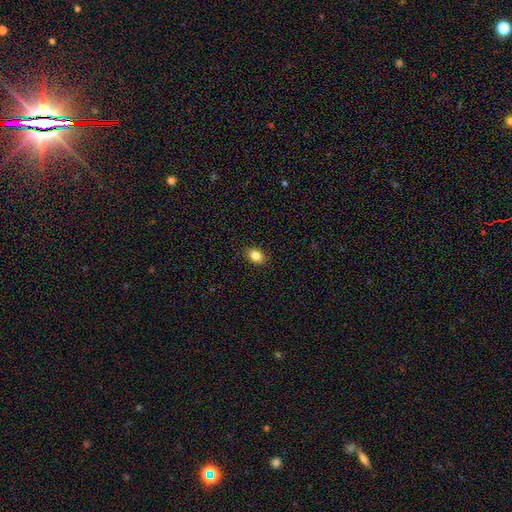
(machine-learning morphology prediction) Q: Smooth or featured?
A: smooth (84%); runner-up: star or artifact (10%)
Q: How rounded?
A: in between (70%); runner-up: round (29%)
Q: Merging?
A: none (90%); runner-up: minor disturbance (8%)